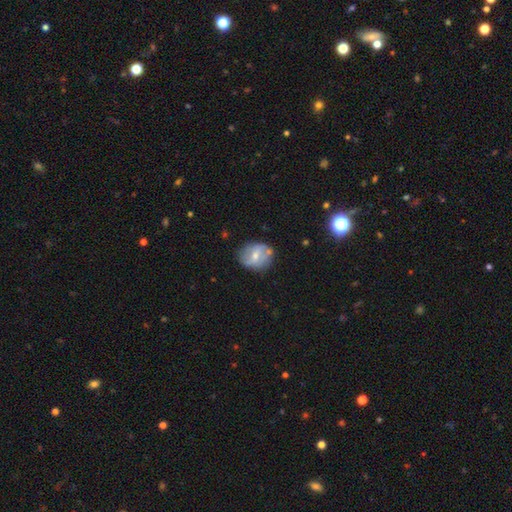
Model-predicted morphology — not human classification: Smooth or featured? featured or disk (52%)
Edge-on disk? no (95%)
Merging? none (64%)